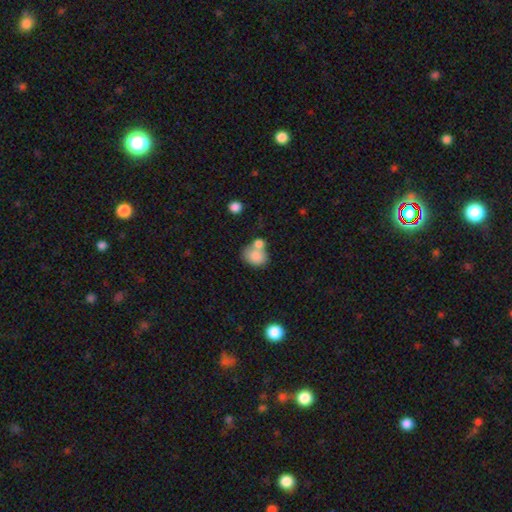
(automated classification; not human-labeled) smooth 82%, featured or disk 10%, star or artifact 9%. Down the decision tree: how rounded — in between (50%); merging — merger (44%).